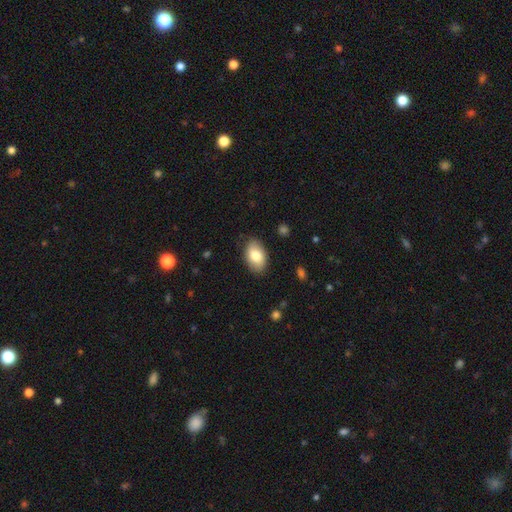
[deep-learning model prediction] Morphology: type=smooth (80%); roundness=in between (91%); merging=none (85%).